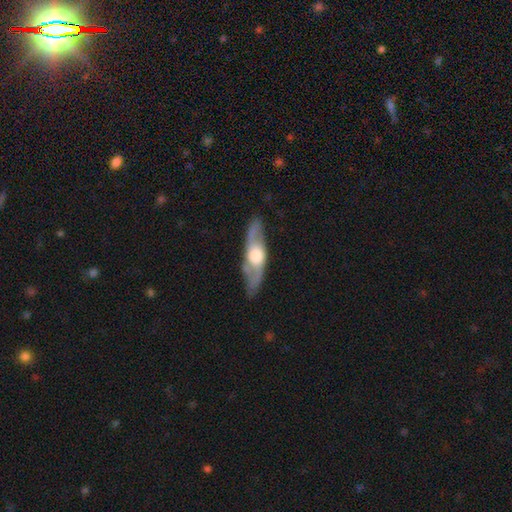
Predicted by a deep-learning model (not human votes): featured or disk 68%, smooth 27%, star or artifact 5%. Down the decision tree: edge-on disk — yes (50%, tied with no); merging — none (79%).